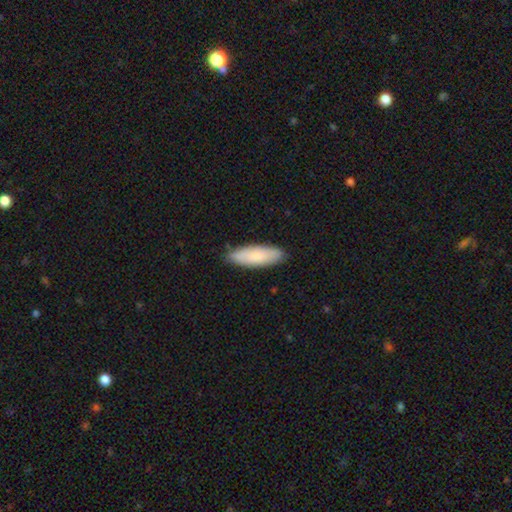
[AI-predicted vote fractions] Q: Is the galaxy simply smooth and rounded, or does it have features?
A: smooth — 82%.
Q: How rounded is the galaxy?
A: in between — 56%.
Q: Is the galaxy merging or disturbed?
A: none — 85%.